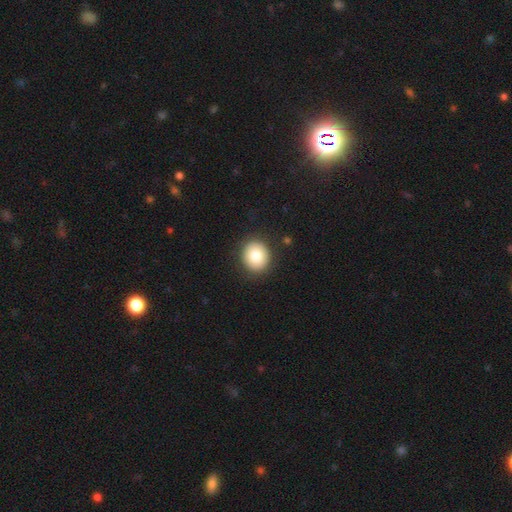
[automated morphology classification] This is clearly a smooth galaxy (81%). How rounded: clearly round (81%). Merging: clearly none (89%).